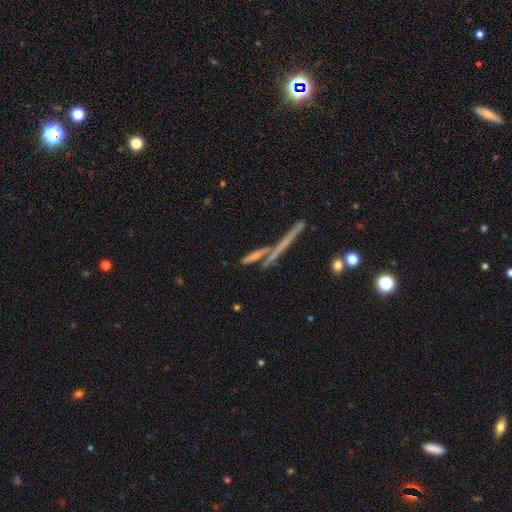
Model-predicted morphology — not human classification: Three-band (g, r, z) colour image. It shows a featured or disk galaxy (46%). Merging: none (57%).